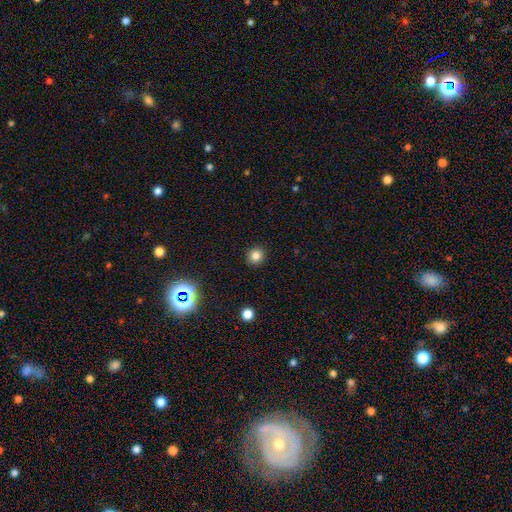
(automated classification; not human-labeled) smooth 81%, star or artifact 14%, featured or disk 5%. Down the decision tree: how rounded — round (92%); merging — none (92%).